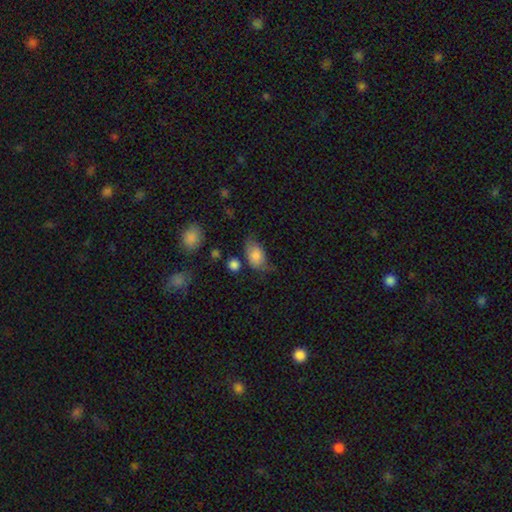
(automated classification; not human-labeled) smooth 78%, featured or disk 14%, star or artifact 8%. Down the decision tree: how rounded — in between (87%); merging — none (44%).